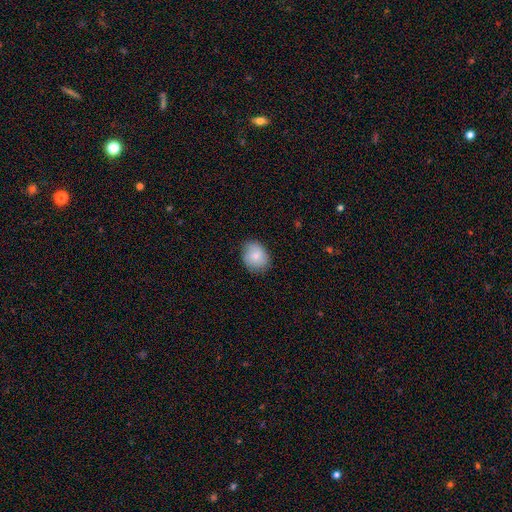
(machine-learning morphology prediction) smooth_or_featured: smooth (p=0.84) [alt: featured or disk p=0.09]
how_rounded: round (p=0.54) [alt: in between p=0.45]
merging: none (p=0.82) [alt: minor disturbance p=0.14]